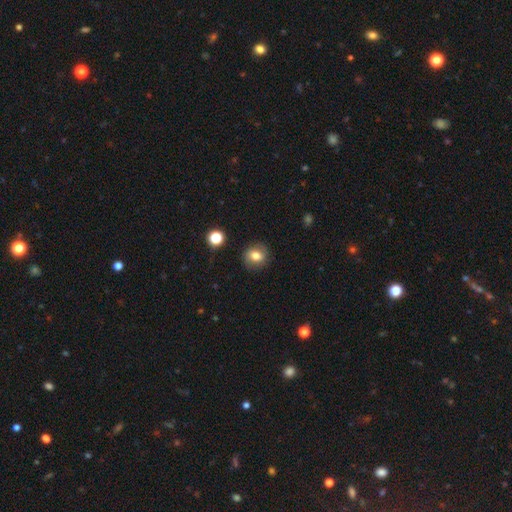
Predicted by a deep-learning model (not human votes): Q: Smooth or featured?
A: smooth (75%); runner-up: featured or disk (15%)
Q: How rounded?
A: round (65%); runner-up: in between (34%)
Q: Merging?
A: none (85%); runner-up: minor disturbance (10%)